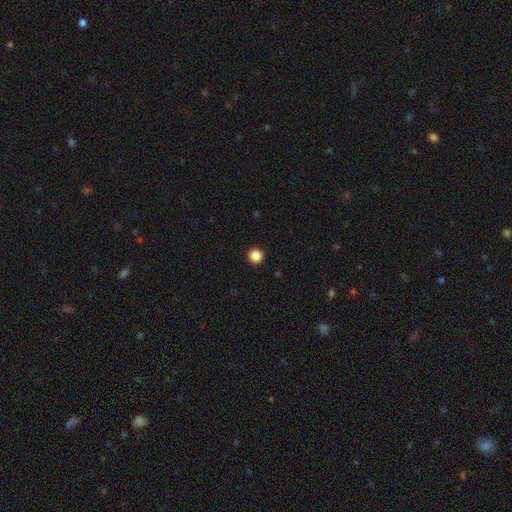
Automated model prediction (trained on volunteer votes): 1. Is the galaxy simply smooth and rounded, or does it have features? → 87% smooth, 10% star or artifact, 3% featured or disk.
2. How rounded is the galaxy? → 96% round, 3% in between, 1% cigar-shaped.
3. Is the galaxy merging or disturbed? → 94% none, 4% minor disturbance, 1% major disturbance, 1% merger.